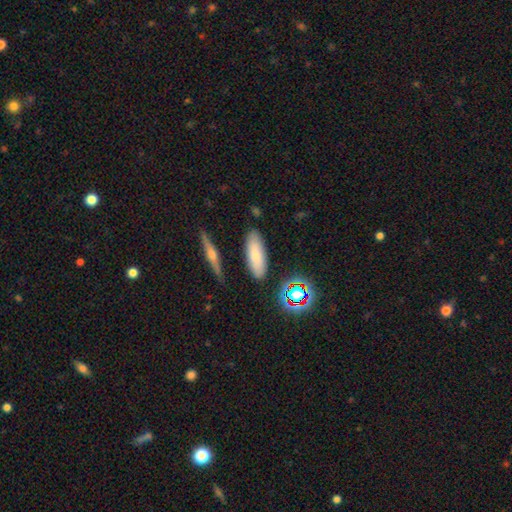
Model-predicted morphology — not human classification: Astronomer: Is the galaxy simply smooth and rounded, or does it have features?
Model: smooth — 73%.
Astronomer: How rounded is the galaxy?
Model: in between — 65%.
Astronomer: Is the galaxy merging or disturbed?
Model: none — 82%.